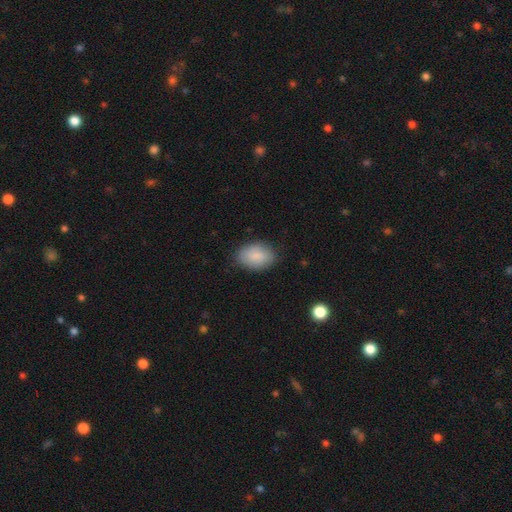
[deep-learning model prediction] smooth_or_featured: smooth (p=0.87) [alt: featured or disk p=0.07]
how_rounded: in between (p=0.83) [alt: round p=0.16]
merging: none (p=0.81) [alt: minor disturbance p=0.15]